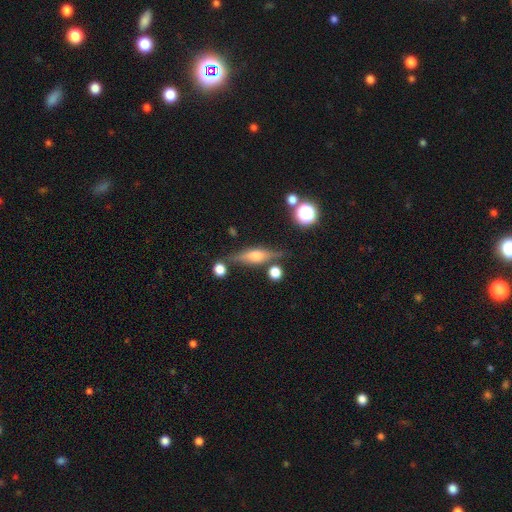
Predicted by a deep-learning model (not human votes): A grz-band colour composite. It shows a featured or disk galaxy (64%) viewed edge-on (93%) with a rounded central bulge (87%). Merging: none (77%).